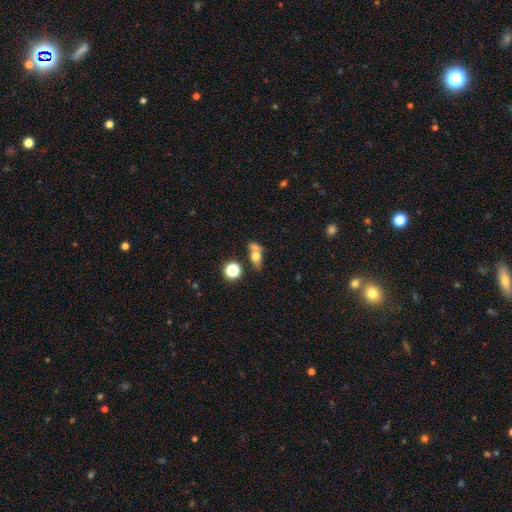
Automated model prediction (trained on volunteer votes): Overall: smooth (62%; featured or disk 25%). How rounded: in between (57%; round 31%). Merging: merger (41%; none 38%).